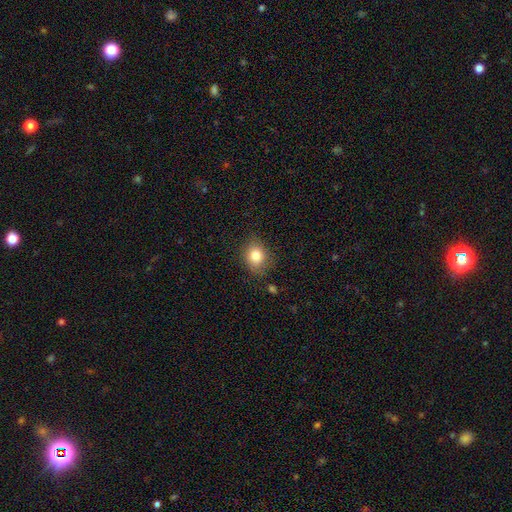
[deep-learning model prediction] This appears to be a smooth galaxy with no disk features (81%) that is round (53%). Merging: none (80%).